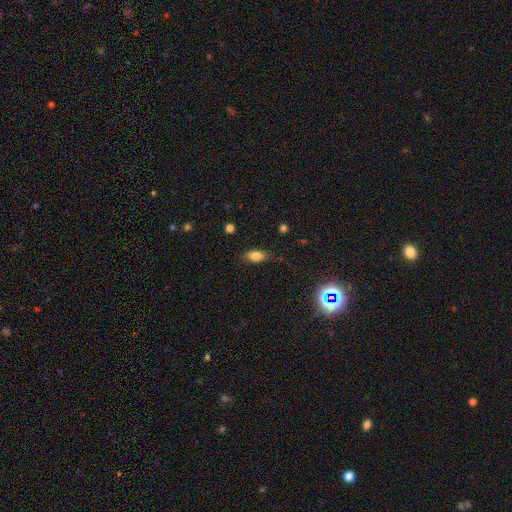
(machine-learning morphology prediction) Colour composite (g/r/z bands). It shows a smooth galaxy with no disk features (78%) that is in between round and cigar-shaped (81%). Merging: none (74%).